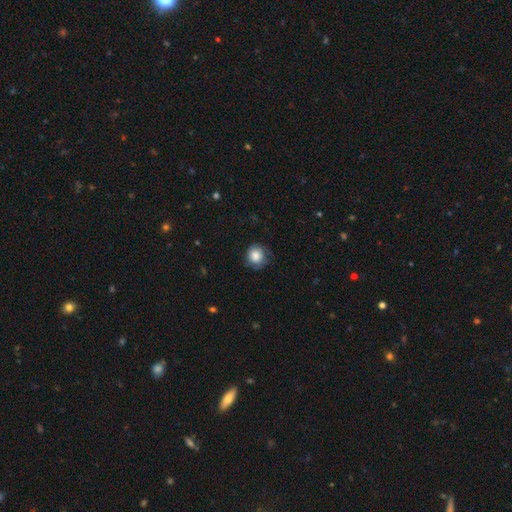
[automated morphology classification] smooth-or-featured: smooth: 80% | featured or disk: 12% | star or artifact: 8%
  how-rounded: round: 84% | in between: 15% | cigar-shaped: 1%
  merging: none: 68% | minor disturbance: 24% | major disturbance: 8% | merger: 1%